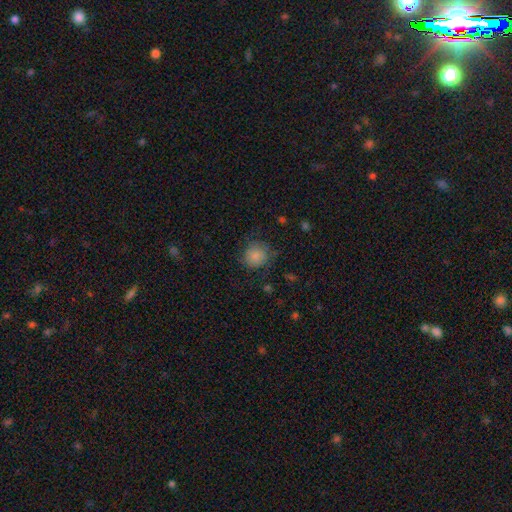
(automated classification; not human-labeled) This is clearly a smooth galaxy (82%). How rounded: clearly round (87%). Merging: likely none (72%).